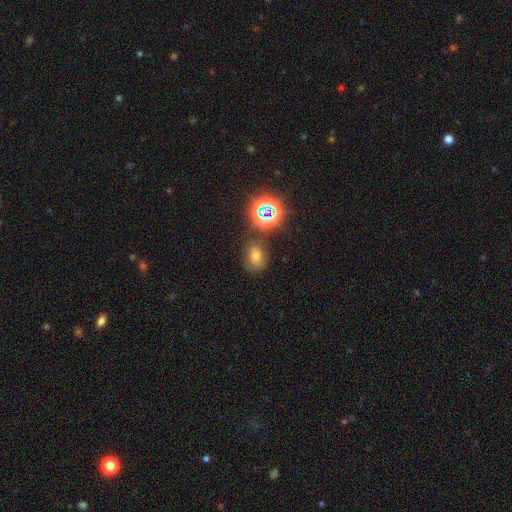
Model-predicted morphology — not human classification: Overall: smooth (57%; star or artifact 32%). How rounded: in between (61%; round 38%). Merging: none (74%).